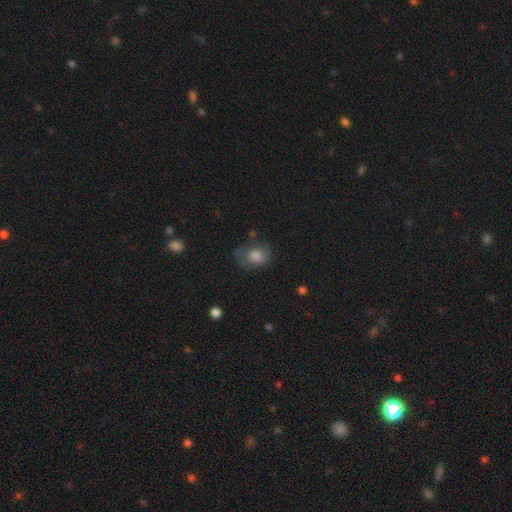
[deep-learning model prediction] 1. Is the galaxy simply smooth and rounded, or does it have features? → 71% smooth, 18% featured or disk, 12% star or artifact.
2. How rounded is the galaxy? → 52% in between, 47% round, 1% cigar-shaped.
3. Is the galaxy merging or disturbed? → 49% none, 28% minor disturbance, 20% major disturbance, 3% merger.